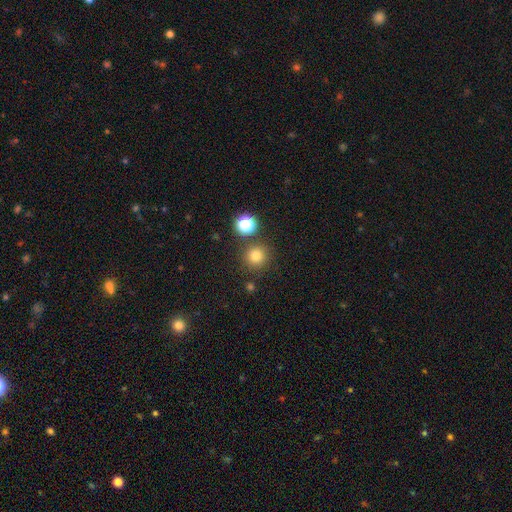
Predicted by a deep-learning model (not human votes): Smooth or featured: smooth — 78% (star or artifact — 16%)
How rounded: round — 94% (in between — 5%)
Merging: none — 83% (merger — 7%)